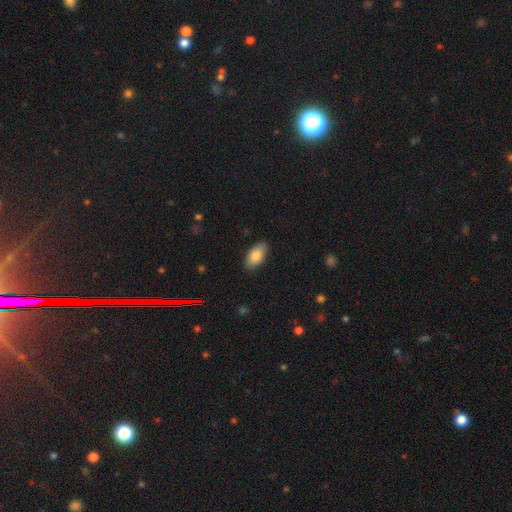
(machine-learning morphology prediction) The model was most divided on "merging": none: 85%, minor disturbance: 11%, major disturbance: 2%, merger: 1%. More confident: how rounded — in between (93%); smooth or featured — smooth (84%).